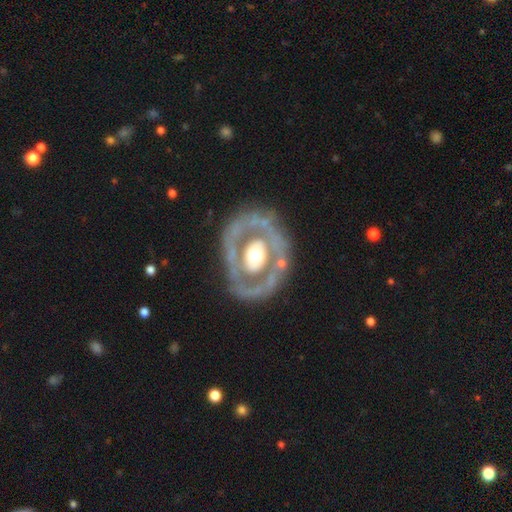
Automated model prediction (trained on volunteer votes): Morphology: type=featured or disk (76%); edge-on=no (94%); bar=no (78%); spiral arms=no (72%); bulge=moderate (56%); merging=none (74%).